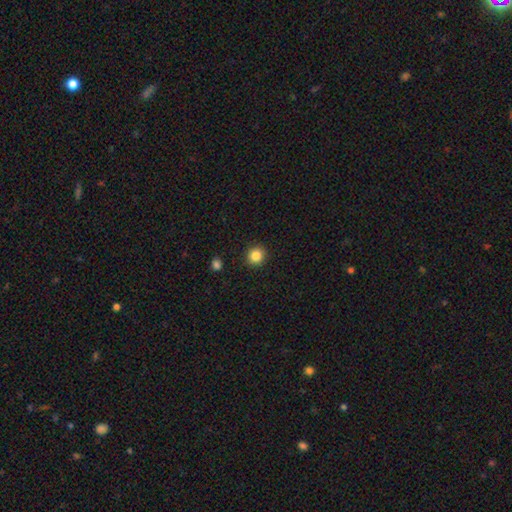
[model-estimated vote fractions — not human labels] Smooth or featured: smooth — 85% (star or artifact — 11%)
How rounded: round — 90% (in between — 9%)
Merging: none — 92% (minor disturbance — 5%)